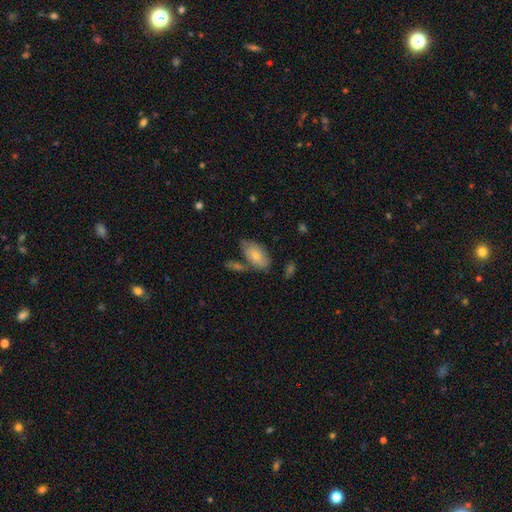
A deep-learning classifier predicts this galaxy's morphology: A smooth galaxy with no disk features (72%) that is in between round and cigar-shaped (93%).

Vote fractions:
- Smooth or featured? smooth: 72% / featured or disk: 21% / star or artifact: 6%
- How rounded? in between: 93% / round: 4% / cigar-shaped: 3%
- Merging? none: 57% / minor disturbance: 22% / merger: 15% / major disturbance: 6%